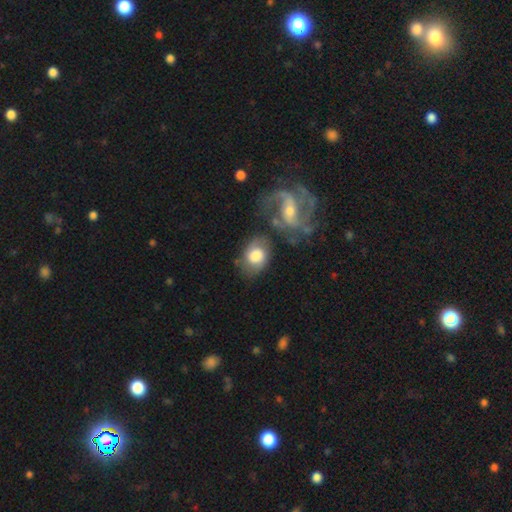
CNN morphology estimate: Q: Smooth or featured?
A: smooth (55%); runner-up: featured or disk (37%)
Q: How rounded?
A: in between (63%); runner-up: round (35%)
Q: Merging?
A: none (57%); runner-up: minor disturbance (21%)